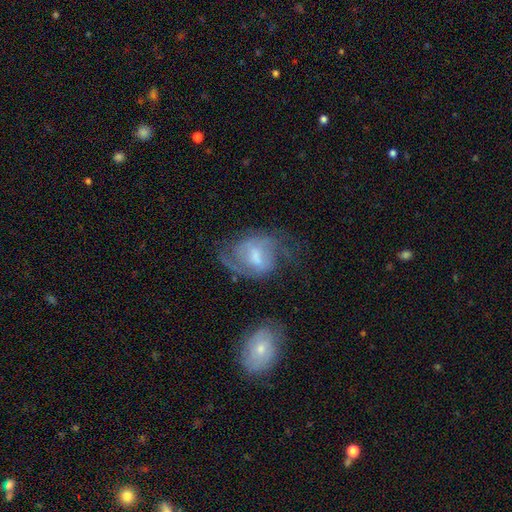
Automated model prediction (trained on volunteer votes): smooth-or-featured: featured or disk: 77% | smooth: 16% | star or artifact: 7%
  disk-edge-on: no: 97% | yes: 3%
    bar: weak: 58% | no: 22% | strong: 20%
    has-spiral-arms: yes: 88% | no: 12%
      spiral-winding: medium: 48% | loose: 26% | tight: 26%
      spiral-arm-count: 2: 64% | can't tell: 18% | 1: 8% | 3: 6% | 4: 2% | more than 4: 2%
    bulge-size: moderate: 43% | small: 31% | none: 15% | large: 9% | dominant: 2%
  merging: none: 51% | major disturbance: 23% | minor disturbance: 22% | merger: 4%